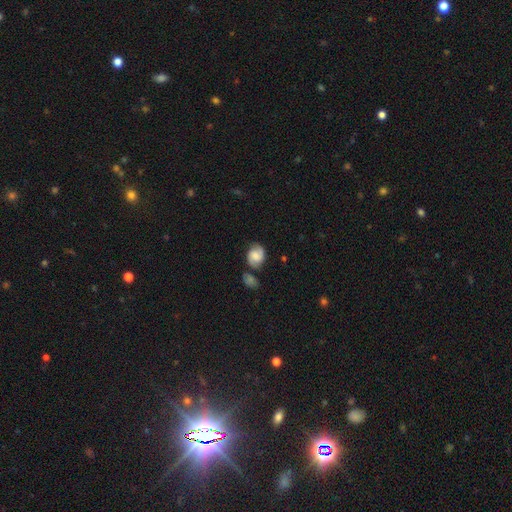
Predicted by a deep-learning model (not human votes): This is possibly a featured or disk galaxy (59%). It is clearly not viewed edge-on (97%). Bar: marginally no (44%, tied with weak). Spiral arm pattern: clearly yes (91%). Spiral arm count: clearly 2 (86%). Spiral winding: possibly medium (48%). Central bulge: marginally moderate (32%). Merging: likely none (61%).